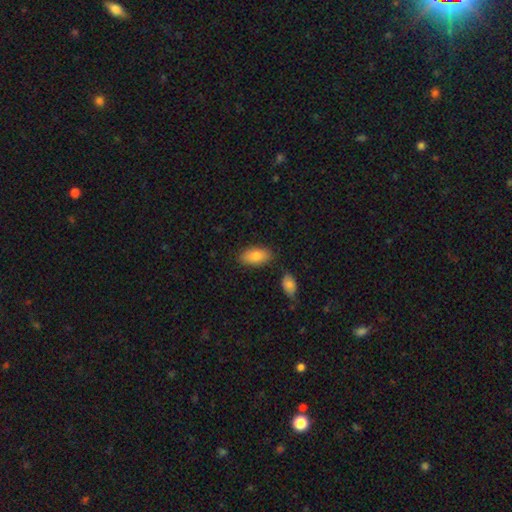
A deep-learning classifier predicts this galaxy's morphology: smooth-or-featured: smooth: 82% | featured or disk: 11% | star or artifact: 7%
  how-rounded: in between: 93% | round: 4% | cigar-shaped: 3%
  merging: none: 80% | minor disturbance: 13% | merger: 5% | major disturbance: 3%